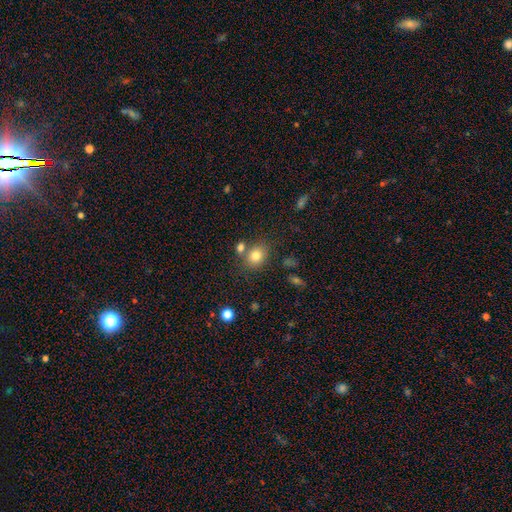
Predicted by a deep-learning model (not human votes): smooth-or-featured: smooth: 79% | star or artifact: 12% | featured or disk: 9%
  how-rounded: round: 63% | in between: 36% | cigar-shaped: 1%
  merging: none: 68% | merger: 16% | minor disturbance: 12% | major disturbance: 4%